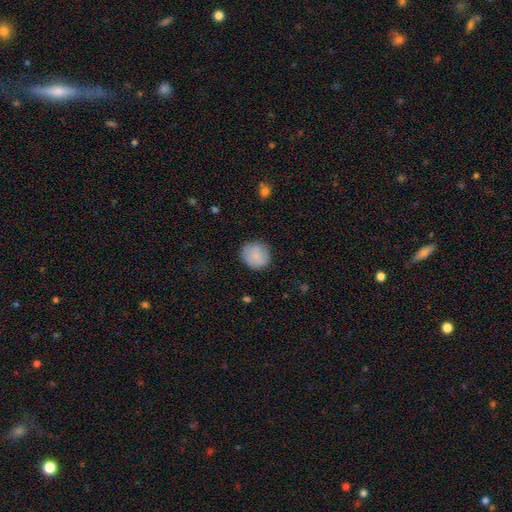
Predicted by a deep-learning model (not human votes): This appears to be a smooth galaxy with no disk features (84%) that is round (89%). Merging: none (85%).